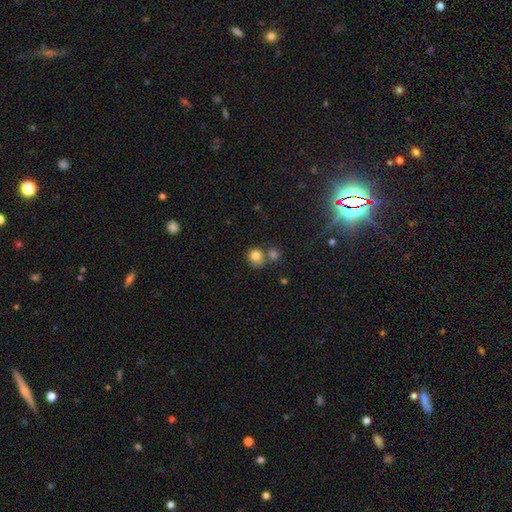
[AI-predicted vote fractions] Smooth or featured? Predicted: smooth (p=0.80). How rounded? Predicted: round (p=0.77). Merging? Predicted: none (p=0.52).